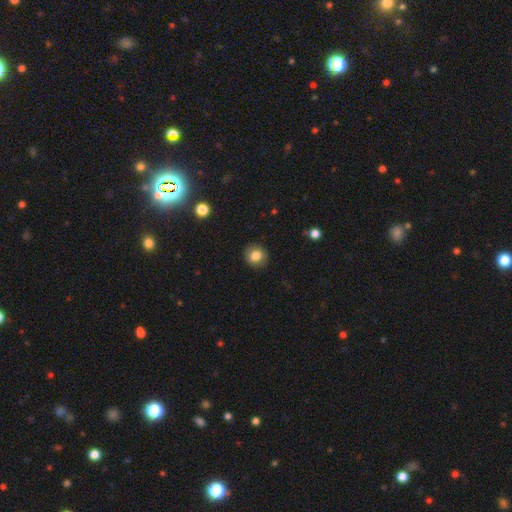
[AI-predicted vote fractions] Morphology: type=smooth (82%); roundness=round (86%); merging=none (89%).